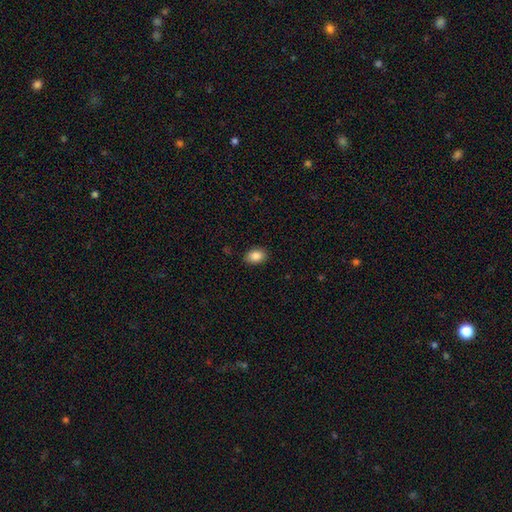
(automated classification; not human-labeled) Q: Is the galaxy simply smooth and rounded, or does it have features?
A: smooth — 87%.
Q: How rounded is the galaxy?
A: in between — 79%.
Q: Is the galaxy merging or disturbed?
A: none — 88%.